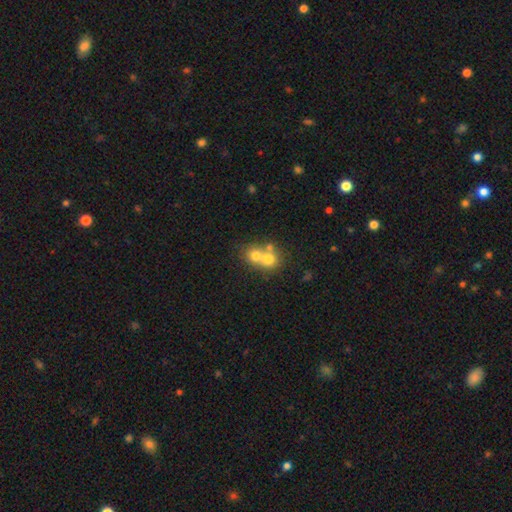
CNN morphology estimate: Q: Smooth or featured?
A: smooth (67%); runner-up: featured or disk (20%)
Q: How rounded?
A: round (79%); runner-up: in between (20%)
Q: Merging?
A: merger (64%); runner-up: none (29%)